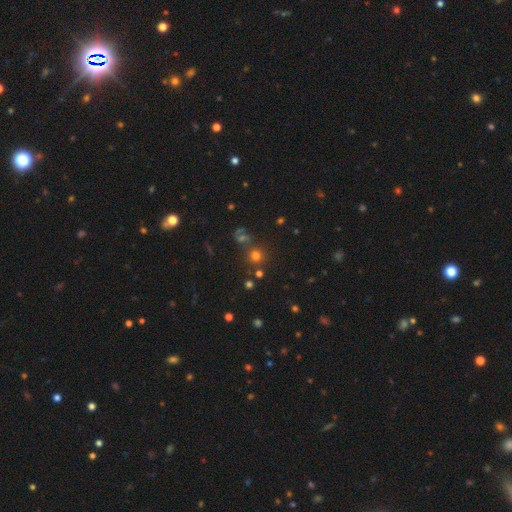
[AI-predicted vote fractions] smooth-or-featured: smooth: 65% | star or artifact: 26% | featured or disk: 9%
  how-rounded: round: 89% | in between: 10% | cigar-shaped: 1%
  merging: none: 70% | merger: 17% | minor disturbance: 9% | major disturbance: 5%